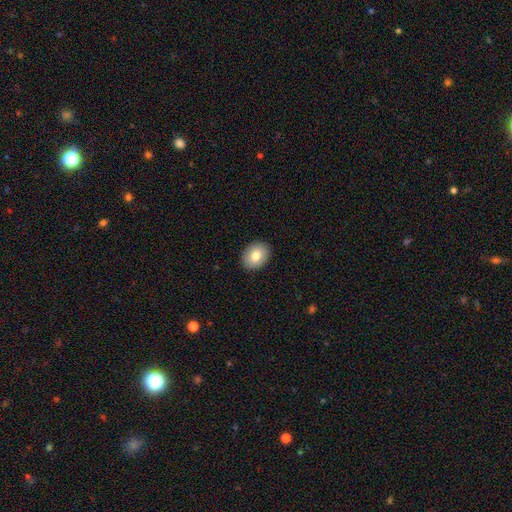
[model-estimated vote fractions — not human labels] Q: Smooth or featured?
A: smooth (80%); runner-up: featured or disk (13%)
Q: How rounded?
A: in between (58%); runner-up: round (41%)
Q: Merging?
A: none (91%); runner-up: minor disturbance (7%)